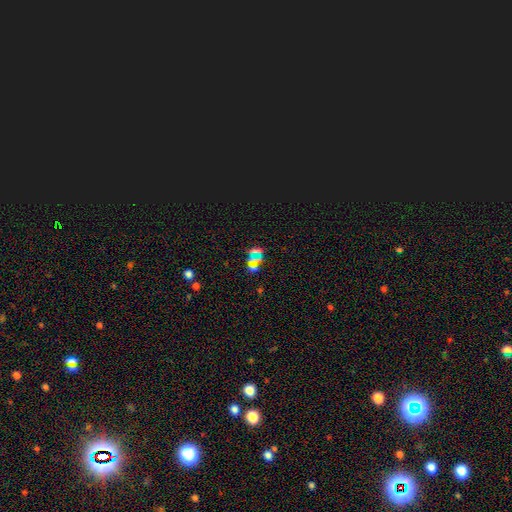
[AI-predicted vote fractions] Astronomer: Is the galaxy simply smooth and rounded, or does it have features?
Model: star or artifact — 60%.